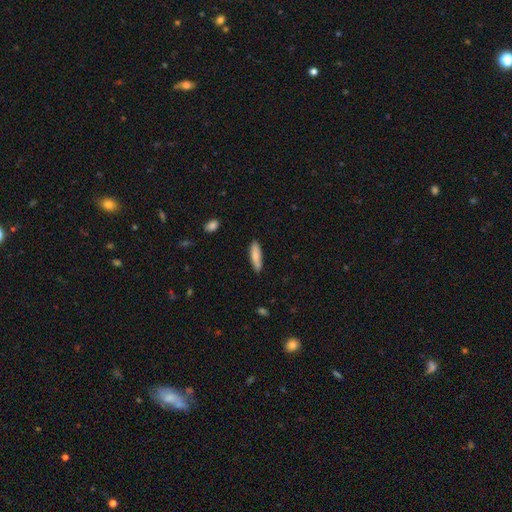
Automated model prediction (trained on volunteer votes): Smooth or featured? smooth (83%)
How rounded? cigar-shaped (64%)
Merging? none (81%)